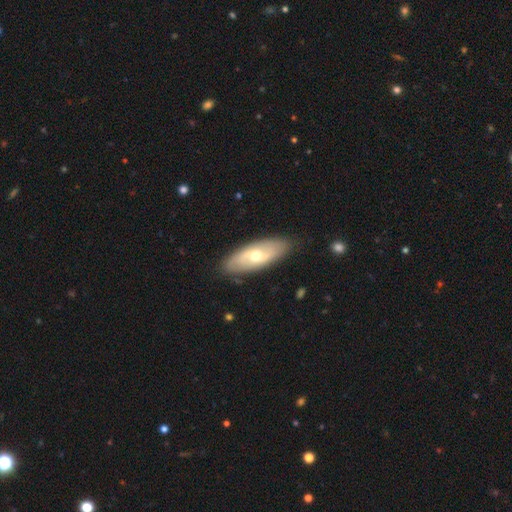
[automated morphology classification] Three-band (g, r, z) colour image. It shows a featured or disk galaxy (52%). Merging: none (86%).